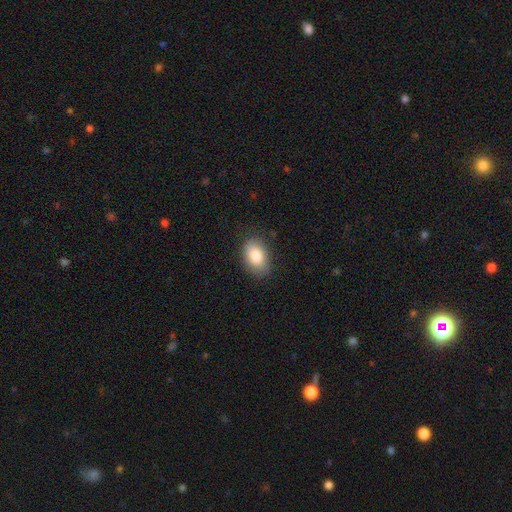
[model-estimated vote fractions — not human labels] Smooth or featured: smooth — 84% (featured or disk — 9%)
How rounded: in between — 89% (round — 10%)
Merging: none — 81% (minor disturbance — 14%)